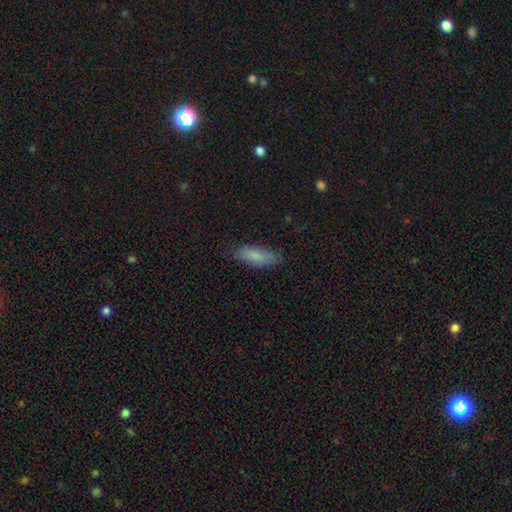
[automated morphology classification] A smooth galaxy with no disk features (84%) that is in between round and cigar-shaped (63%). Merging: none (82%).